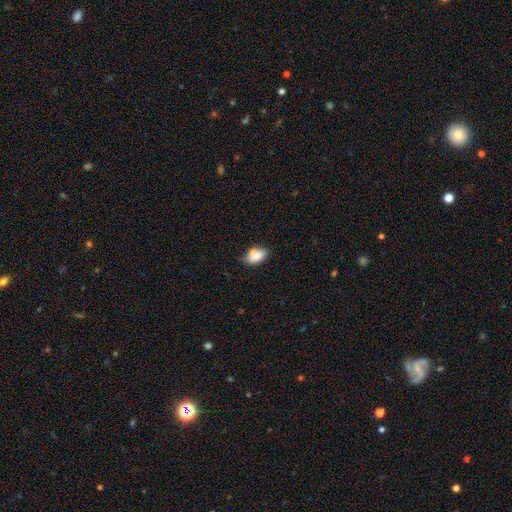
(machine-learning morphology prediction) type=smooth (80%); roundness=in between (88%); merging=none (60%).